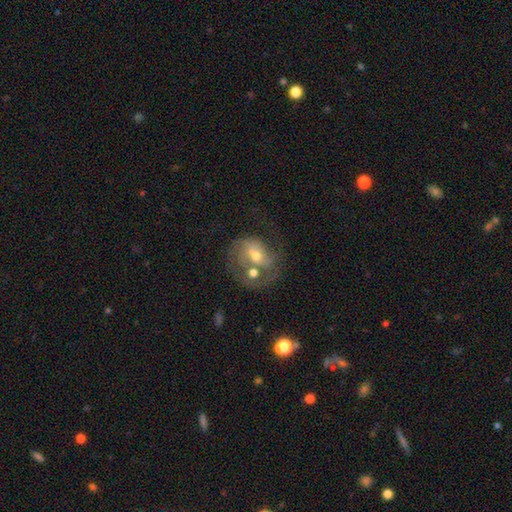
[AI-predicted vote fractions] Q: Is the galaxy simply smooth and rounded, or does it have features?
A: featured or disk — 65%.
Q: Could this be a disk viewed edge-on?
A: no — 97%.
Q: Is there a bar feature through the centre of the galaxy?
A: no — 47%.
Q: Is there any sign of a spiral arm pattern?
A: yes — 74%.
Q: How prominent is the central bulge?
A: moderate — 59%.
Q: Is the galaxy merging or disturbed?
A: merger — 34%.